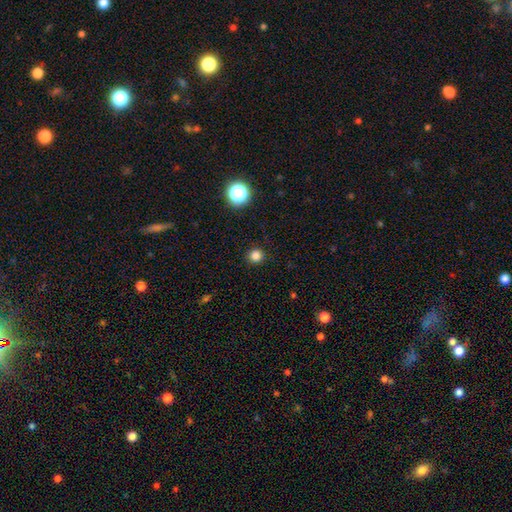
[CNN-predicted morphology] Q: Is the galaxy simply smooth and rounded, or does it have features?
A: smooth — 82%.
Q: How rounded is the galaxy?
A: round — 93%.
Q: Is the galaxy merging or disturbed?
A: none — 92%.